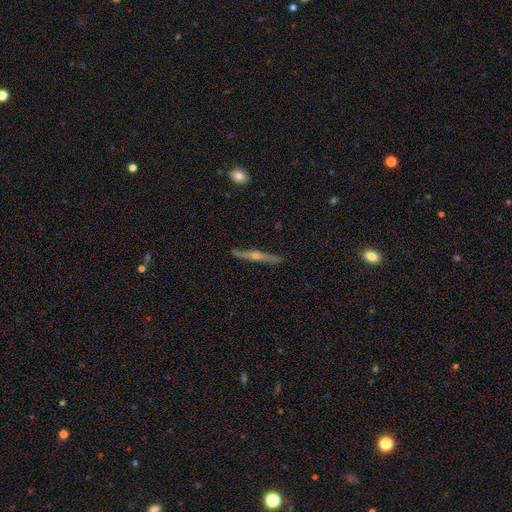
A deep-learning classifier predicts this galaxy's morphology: The model was most divided on "smooth or featured": featured or disk: 77%, smooth: 16%, star or artifact: 6%. More confident: edge-on disk — yes (97%); edge-on bulge — rounded (89%); merging — none (88%).